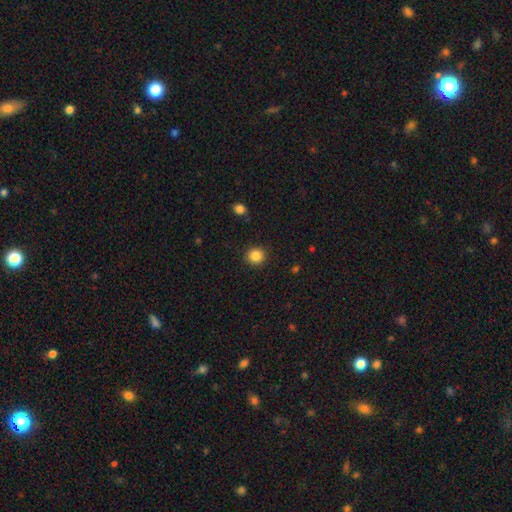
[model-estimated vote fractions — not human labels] Smooth or featured? Predicted: smooth (p=0.86). How rounded? Predicted: round (p=0.89). Merging? Predicted: none (p=0.91).